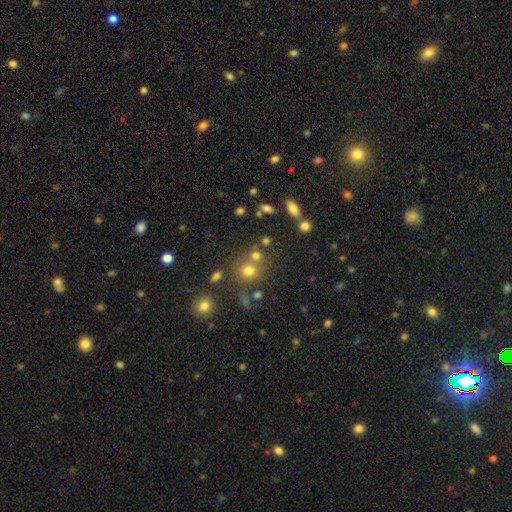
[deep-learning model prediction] This appears to be a smooth galaxy with no disk features (69%) that is round (83%). Merging: none (58%).